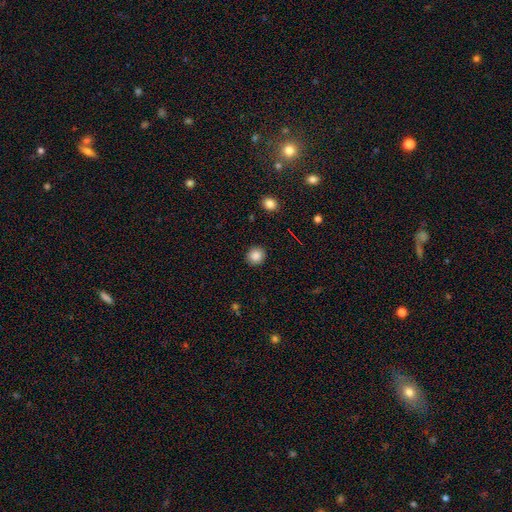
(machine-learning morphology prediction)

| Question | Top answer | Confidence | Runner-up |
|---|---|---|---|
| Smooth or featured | smooth | 86% | star or artifact (10%) |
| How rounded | round | 88% | in between (11%) |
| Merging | none | 91% | minor disturbance (6%) |